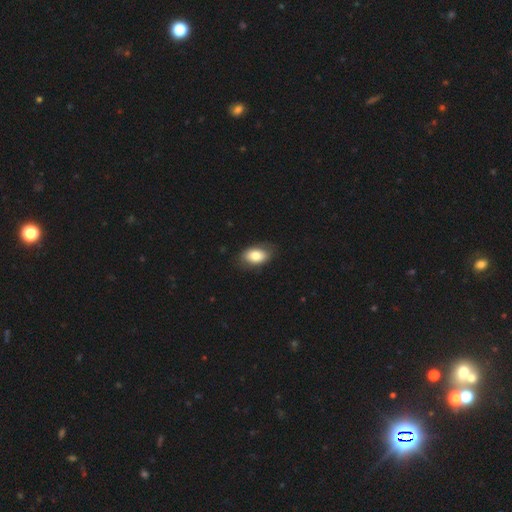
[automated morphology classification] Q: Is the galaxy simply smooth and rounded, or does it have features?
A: smooth — 79%.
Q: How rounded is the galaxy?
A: in between — 90%.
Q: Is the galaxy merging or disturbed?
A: none — 79%.